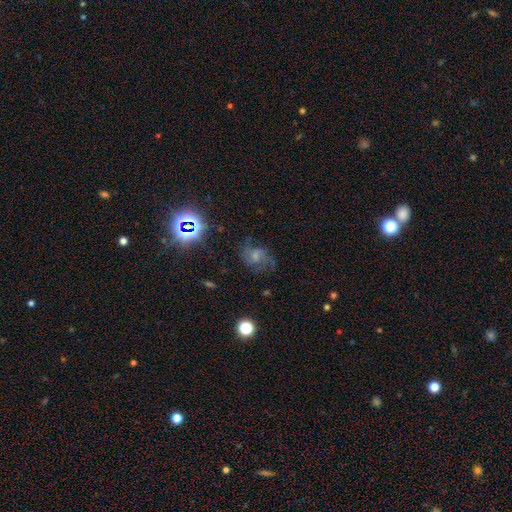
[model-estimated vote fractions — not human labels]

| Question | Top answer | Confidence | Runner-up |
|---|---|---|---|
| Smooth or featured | featured or disk | 53% | smooth (27%) |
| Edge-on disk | no | 97% | yes (3%) |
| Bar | no | 57% | weak (36%) |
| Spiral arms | yes | 82% | no (18%) |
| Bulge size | moderate | 33% | small (31%) |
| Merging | none | 55% | minor disturbance (22%) |